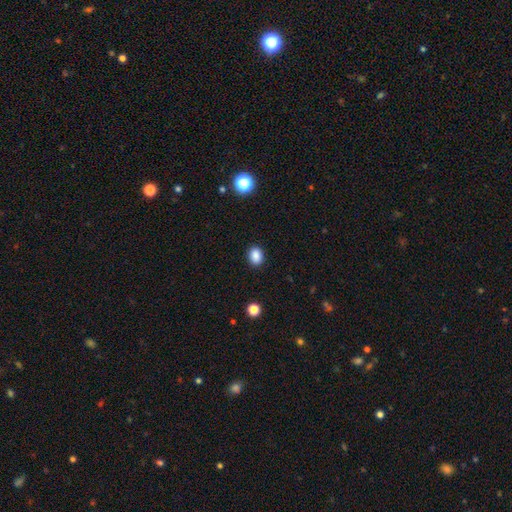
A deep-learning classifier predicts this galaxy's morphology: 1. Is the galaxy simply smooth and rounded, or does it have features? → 87% smooth, 10% star or artifact, 3% featured or disk.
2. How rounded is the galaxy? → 60% in between, 39% round, 1% cigar-shaped.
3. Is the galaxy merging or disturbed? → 89% none, 8% minor disturbance, 2% major disturbance, 1% merger.